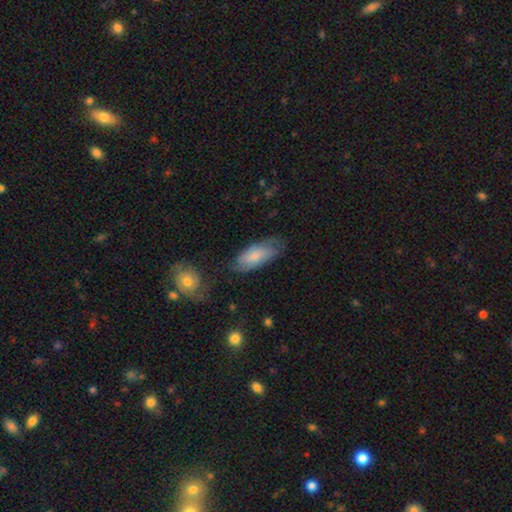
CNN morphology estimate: Overall: smooth (67%). How rounded: in between (86%). Merging: none (60%; minor disturbance 28%).